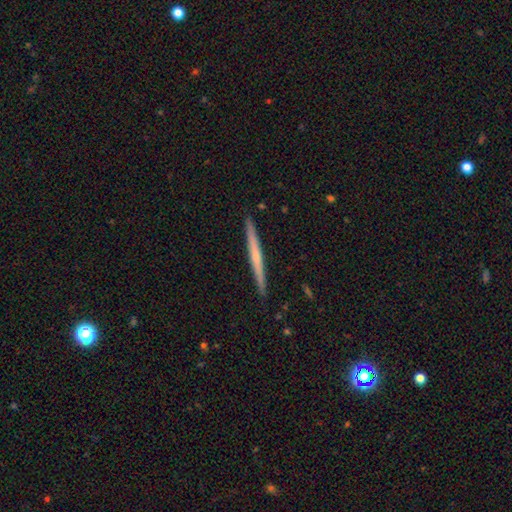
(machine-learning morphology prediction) This is possibly a featured or disk galaxy (56%). It is clearly viewed edge-on (98%). Edge-on bulge: likely none (65%). Merging: clearly none (92%).